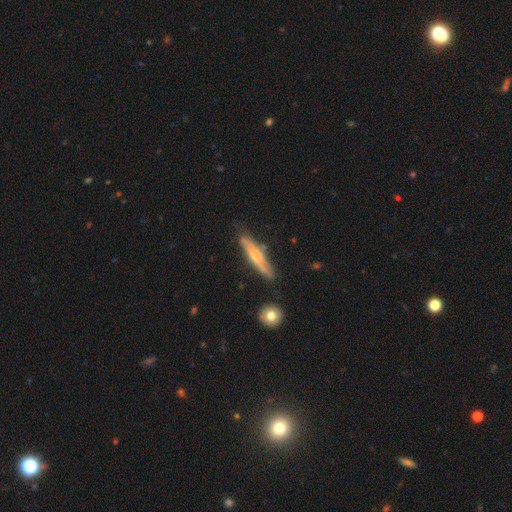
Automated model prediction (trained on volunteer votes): Q: Smooth or featured?
A: smooth (49%); runner-up: featured or disk (45%)
Q: Merging?
A: none (76%); runner-up: minor disturbance (18%)